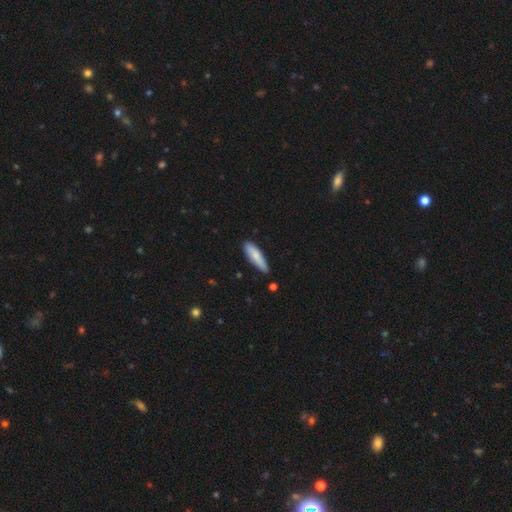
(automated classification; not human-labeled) Smooth or featured?
  - smooth: 76% *
  - featured or disk: 18%
  - star or artifact: 6%
How rounded?
  - cigar-shaped: 65% *
  - in between: 33%
  - round: 2%
Merging?
  - none: 74% *
  - minor disturbance: 21%
  - major disturbance: 3%
  - merger: 2%